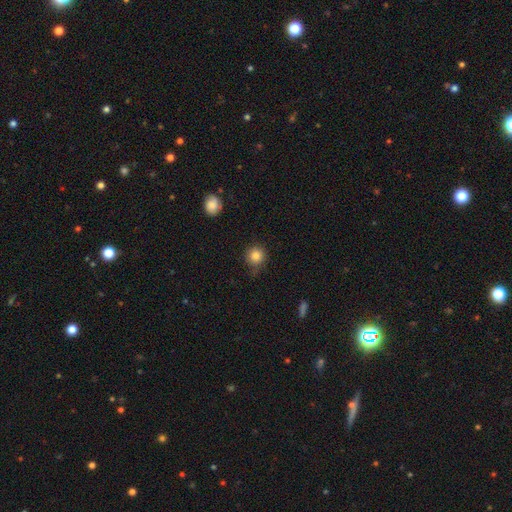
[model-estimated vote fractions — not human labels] Morphology: type=smooth (84%); roundness=round (93%); merging=none (79%).